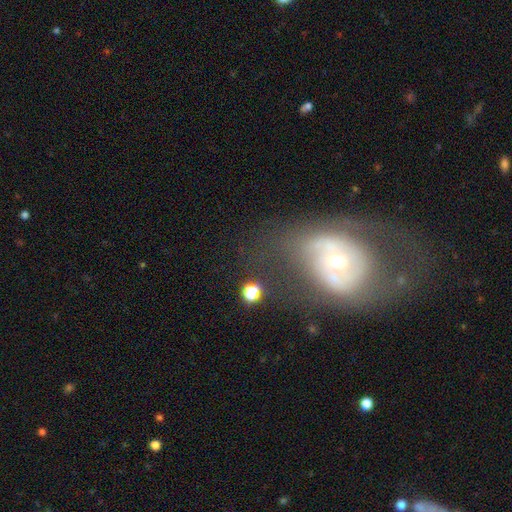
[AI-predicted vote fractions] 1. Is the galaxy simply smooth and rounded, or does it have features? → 61% featured or disk, 26% smooth, 12% star or artifact.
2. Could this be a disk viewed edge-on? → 94% no, 6% yes.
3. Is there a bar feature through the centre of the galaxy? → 70% no, 20% weak, 10% strong.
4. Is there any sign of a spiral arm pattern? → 53% yes, 47% no.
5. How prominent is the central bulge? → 48% small, 44% moderate, 4% large, 2% dominant, 1% none.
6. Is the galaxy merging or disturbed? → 41% none, 32% major disturbance, 19% minor disturbance, 7% merger.